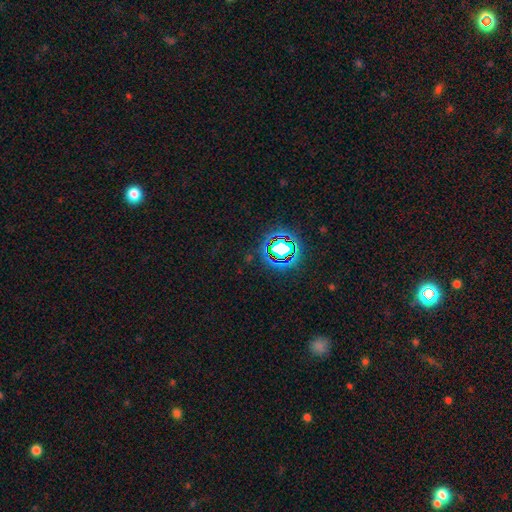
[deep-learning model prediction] Smooth or featured? Predicted: star or artifact (p=0.77).